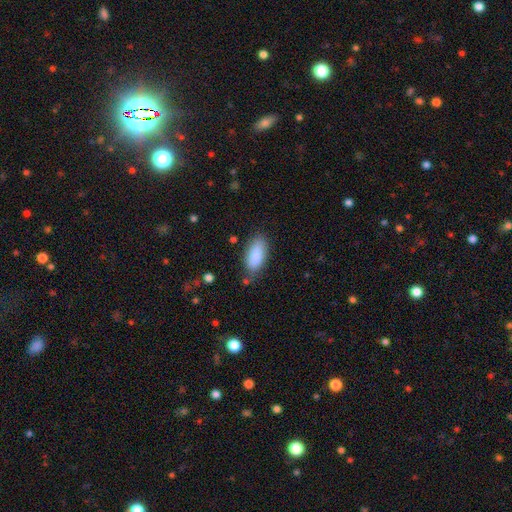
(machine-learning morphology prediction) smooth_or_featured: smooth (p=0.87) [alt: featured or disk p=0.07]
how_rounded: in between (p=0.88) [alt: cigar-shaped p=0.10]
merging: none (p=0.75) [alt: minor disturbance p=0.18]